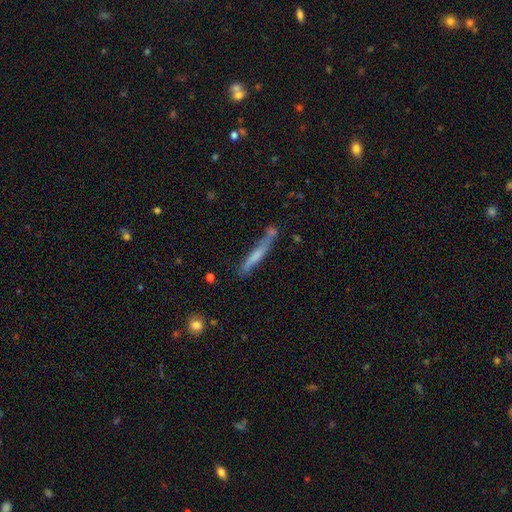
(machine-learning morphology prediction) This appears to be a smooth galaxy with no disk features (54%) that is cigar-shaped (94%). Merging: none (61%).